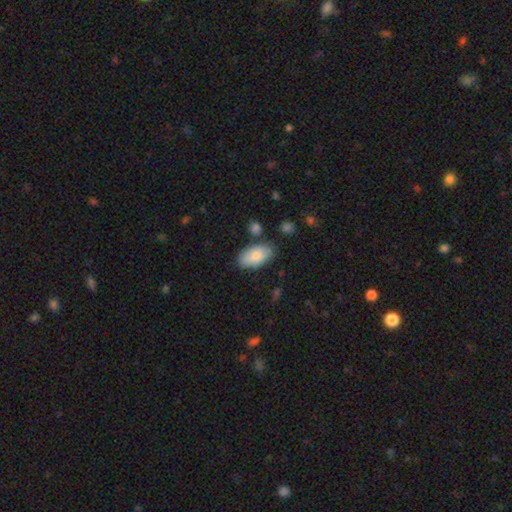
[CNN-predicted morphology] smooth 81%, featured or disk 13%, star or artifact 6%. Down the decision tree: how rounded — in between (94%); merging — none (73%).